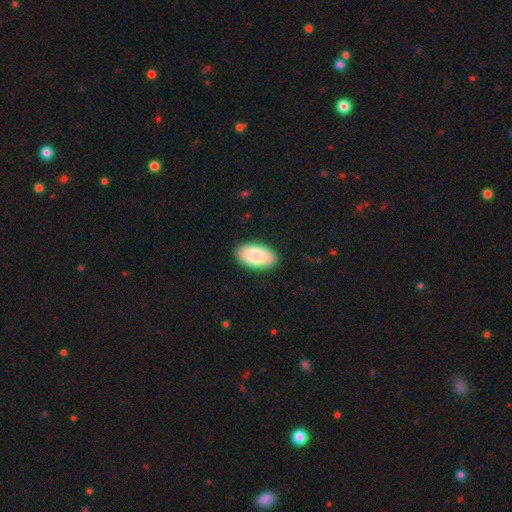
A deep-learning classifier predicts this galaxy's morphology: This is clearly a smooth galaxy (87%). How rounded: clearly in between (96%). Merging: clearly none (89%).